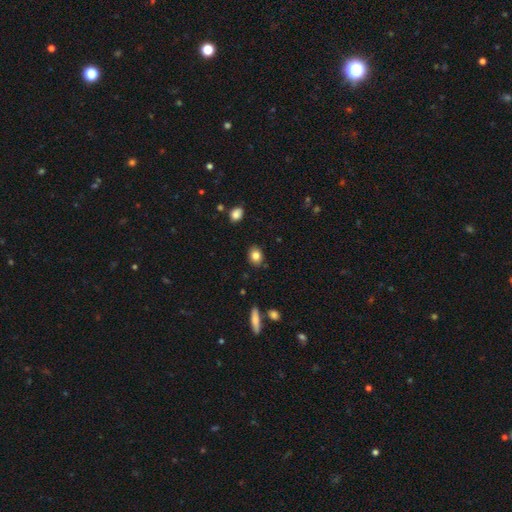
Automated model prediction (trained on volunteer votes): Smooth or featured? smooth (84%)
How rounded? in between (54%)
Merging? none (86%)